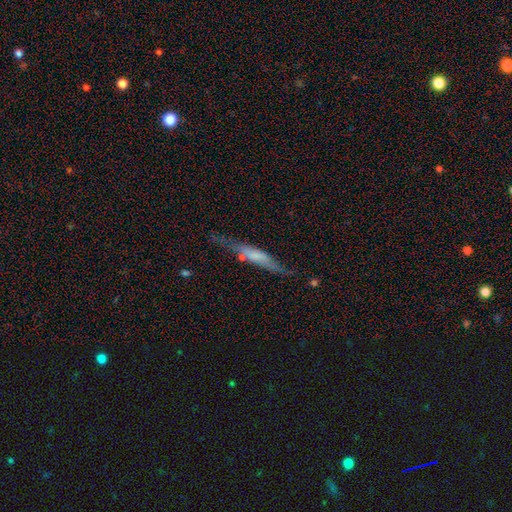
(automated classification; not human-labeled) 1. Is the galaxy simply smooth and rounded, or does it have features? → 50% featured or disk, 43% smooth, 7% star or artifact.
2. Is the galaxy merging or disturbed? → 55% none, 27% minor disturbance, 12% major disturbance, 5% merger.